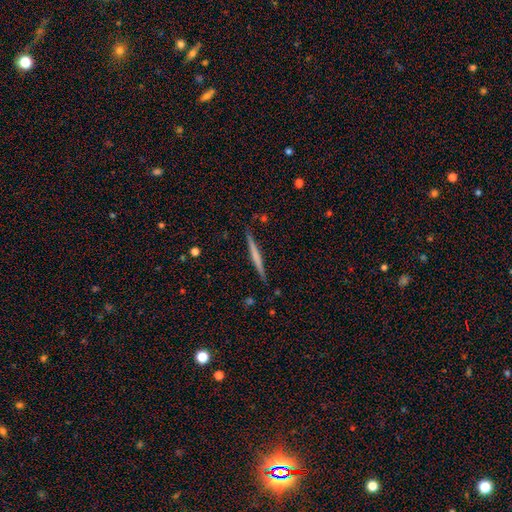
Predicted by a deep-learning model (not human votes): Smooth or featured: smooth — 48% (featured or disk — 46%)
Merging: none — 89% (minor disturbance — 8%)